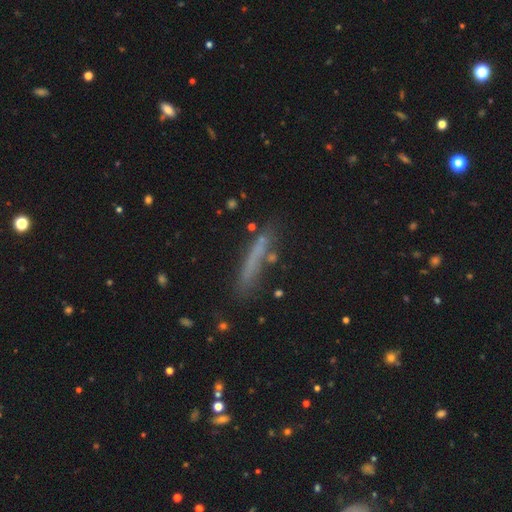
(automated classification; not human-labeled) Smooth or featured?
  - smooth: 63% *
  - featured or disk: 25%
  - star or artifact: 12%
How rounded?
  - cigar-shaped: 93% *
  - in between: 5%
  - round: 2%
Merging?
  - none: 76% *
  - minor disturbance: 16%
  - major disturbance: 5%
  - merger: 4%